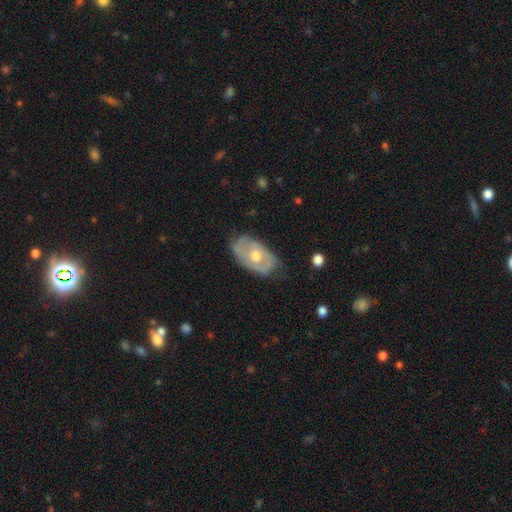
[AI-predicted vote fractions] Q: Smooth or featured?
A: featured or disk (62%); runner-up: smooth (32%)
Q: Edge-on disk?
A: no (91%); runner-up: yes (9%)
Q: Bar?
A: no (79%); runner-up: weak (17%)
Q: Spiral arms?
A: no (54%); runner-up: yes (46%)
Q: Bulge size?
A: moderate (76%); runner-up: small (14%)
Q: Merging?
A: none (64%); runner-up: minor disturbance (26%)